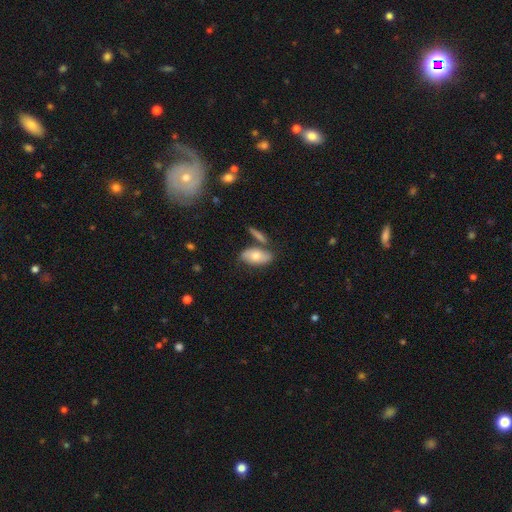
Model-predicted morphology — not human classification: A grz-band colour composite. It shows a smooth galaxy with no disk features (64%) that is in between round and cigar-shaped (89%). Merging: none (63%).